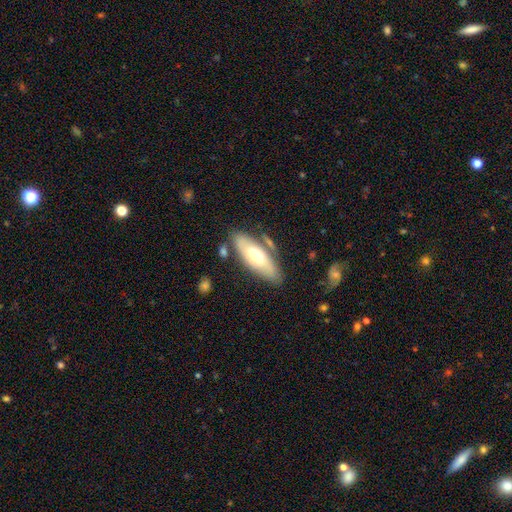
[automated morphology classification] The model was most divided on "smooth or featured": smooth: 56%, featured or disk: 38%, star or artifact: 6%. More confident: merging — none (73%); how rounded — in between (65%).